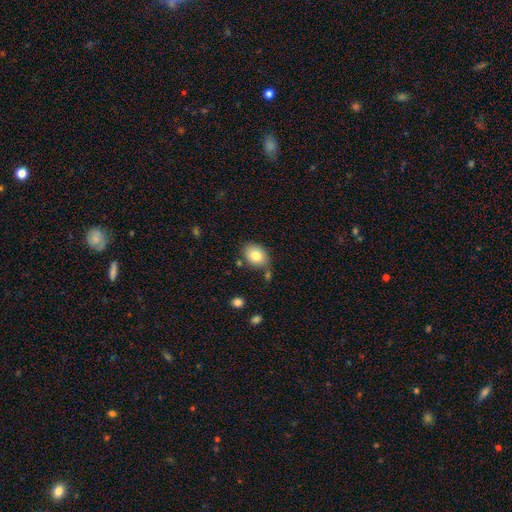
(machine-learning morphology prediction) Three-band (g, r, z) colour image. It shows a smooth galaxy with no disk features (81%) that is in between round and cigar-shaped (73%). Merging: none (76%).